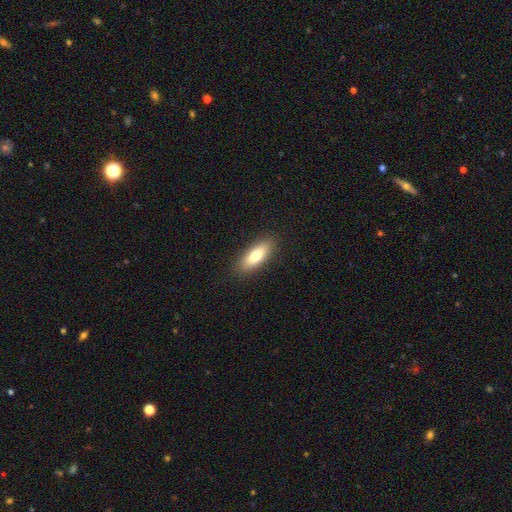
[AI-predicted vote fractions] This is likely a smooth galaxy (77%). How rounded: likely in between (65%). Merging: clearly none (88%).